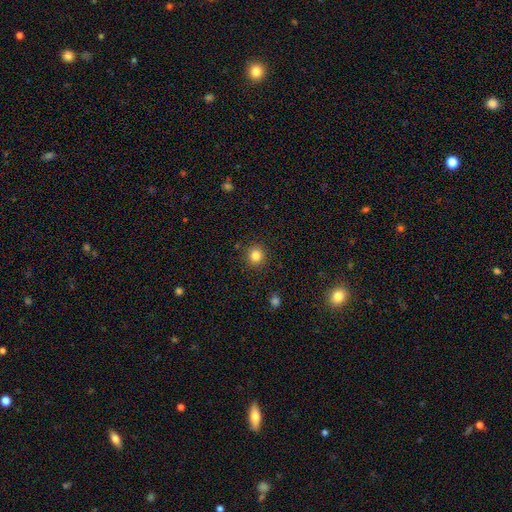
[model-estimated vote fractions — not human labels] This appears to be a smooth galaxy with no disk features (83%) that is round (89%). Merging: none (89%).